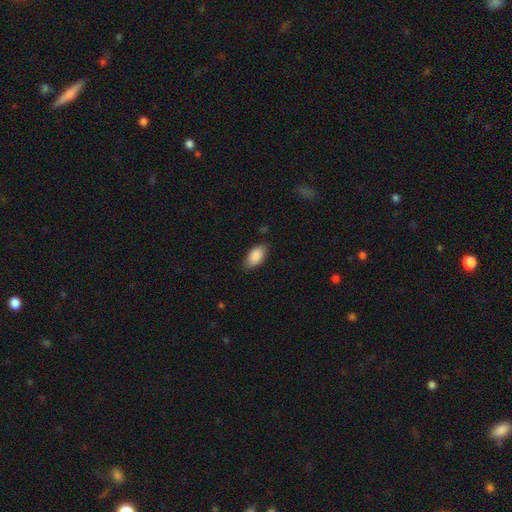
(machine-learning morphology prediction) The model was most divided on "merging": none: 81%, minor disturbance: 15%, major disturbance: 3%, merger: 1%. More confident: how rounded — in between (93%); smooth or featured — smooth (87%).